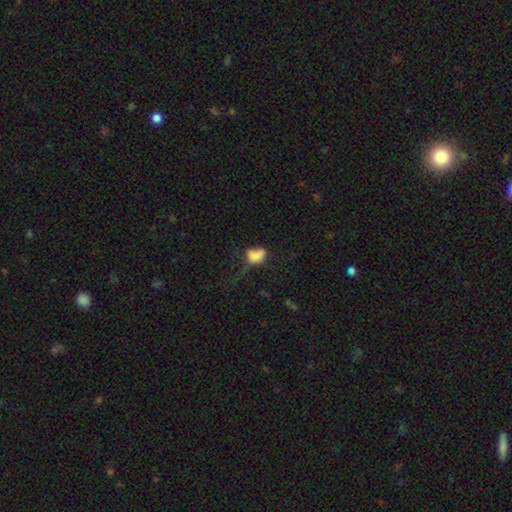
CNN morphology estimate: Smooth or featured?
  - smooth: 77% *
  - featured or disk: 12%
  - star or artifact: 11%
How rounded?
  - in between: 77% *
  - round: 21%
  - cigar-shaped: 2%
Merging?
  - major disturbance: 38% *
  - minor disturbance: 29%
  - none: 26%
  - merger: 7%